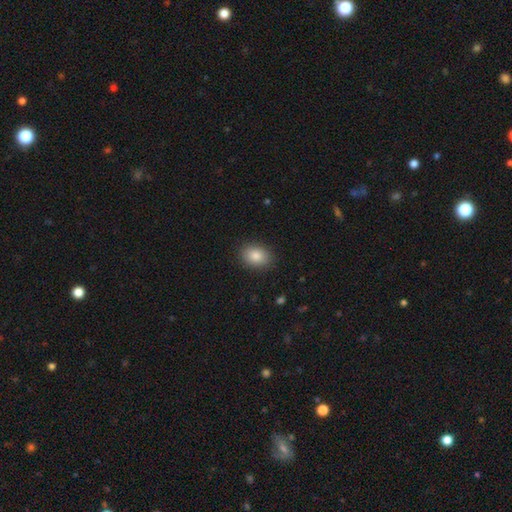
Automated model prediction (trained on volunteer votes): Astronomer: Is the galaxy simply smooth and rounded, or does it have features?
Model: smooth — 85%.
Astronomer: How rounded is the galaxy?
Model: in between — 72%.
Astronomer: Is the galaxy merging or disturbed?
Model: none — 89%.